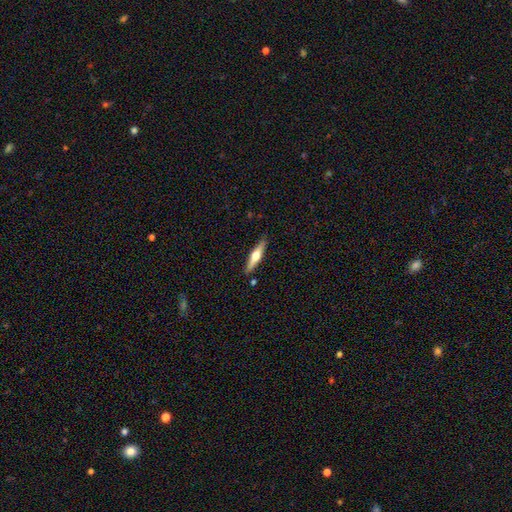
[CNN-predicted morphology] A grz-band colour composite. It shows a featured or disk galaxy (57%) viewed edge-on (96%) with a rounded central bulge (93%). Merging: none (87%).